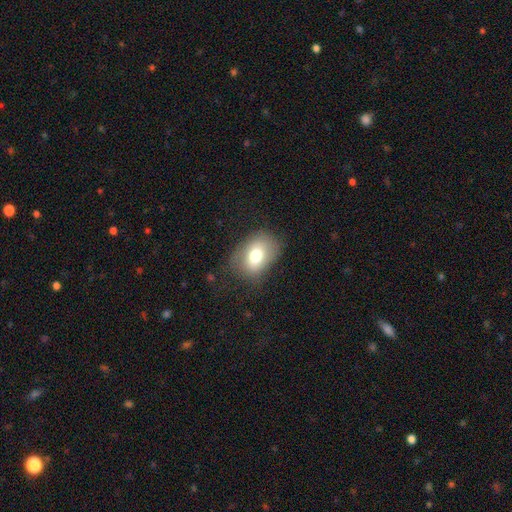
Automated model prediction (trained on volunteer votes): smooth_or_featured: smooth (p=0.73) [alt: featured or disk p=0.17]
how_rounded: in between (p=0.75) [alt: round p=0.24]
merging: none (p=0.69) [alt: minor disturbance p=0.21]